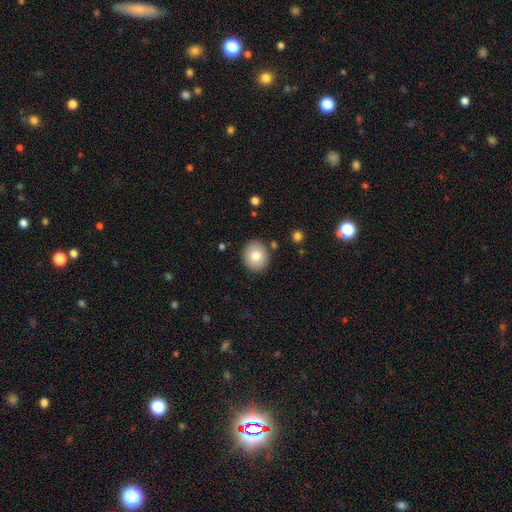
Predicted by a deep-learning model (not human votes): Overall: smooth (79%). How rounded: round (79%). Merging: none (88%).